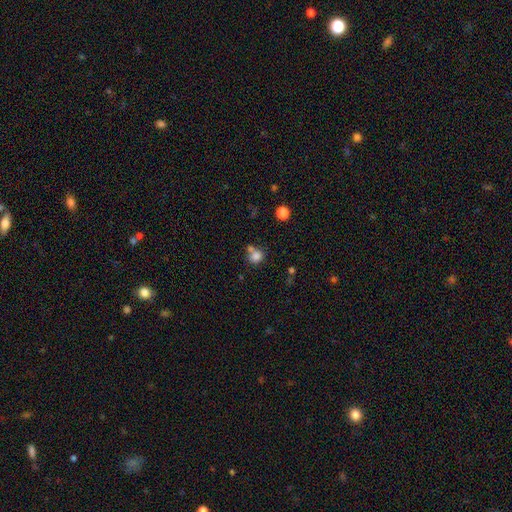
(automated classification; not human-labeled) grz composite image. It shows a smooth galaxy with no disk features (80%) that is round (72%). Merging: none (50%).